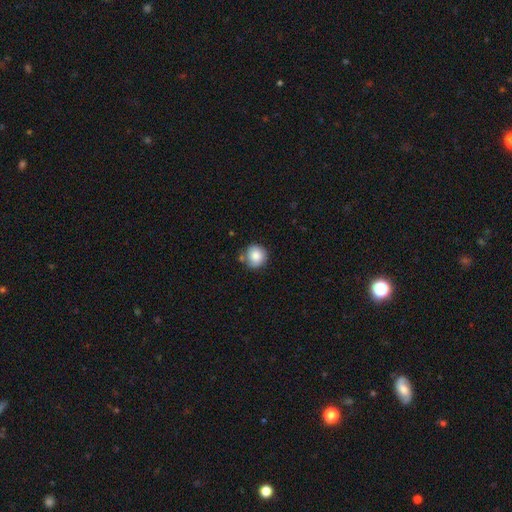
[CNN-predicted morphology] type=smooth (83%); roundness=round (90%); merging=none (70%).